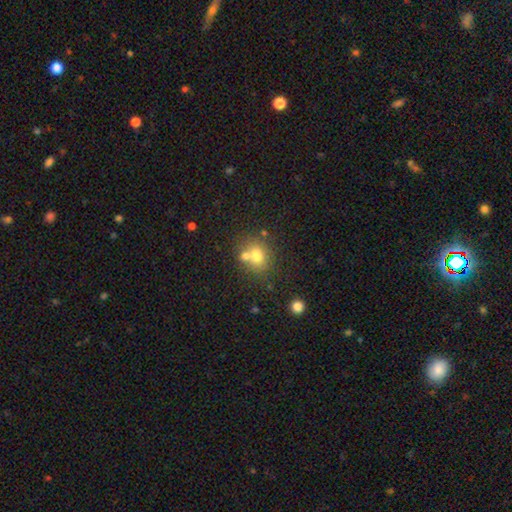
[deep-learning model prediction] Smooth or featured?
  - smooth: 72% *
  - featured or disk: 15%
  - star or artifact: 13%
How rounded?
  - round: 68% *
  - in between: 31%
  - cigar-shaped: 1%
Merging?
  - none: 53% *
  - merger: 32%
  - minor disturbance: 10%
  - major disturbance: 4%